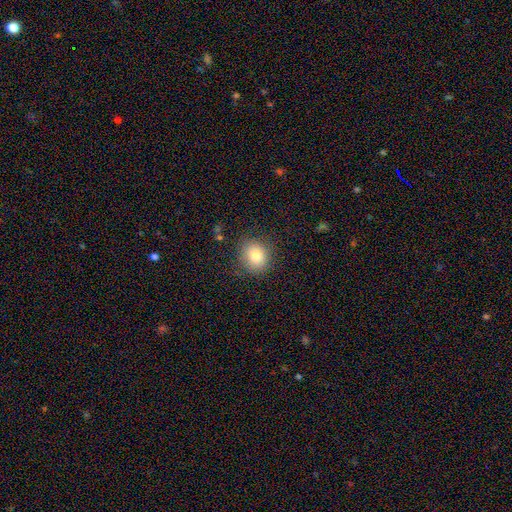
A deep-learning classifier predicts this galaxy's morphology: type=smooth (79%); roundness=round (84%); merging=none (85%).